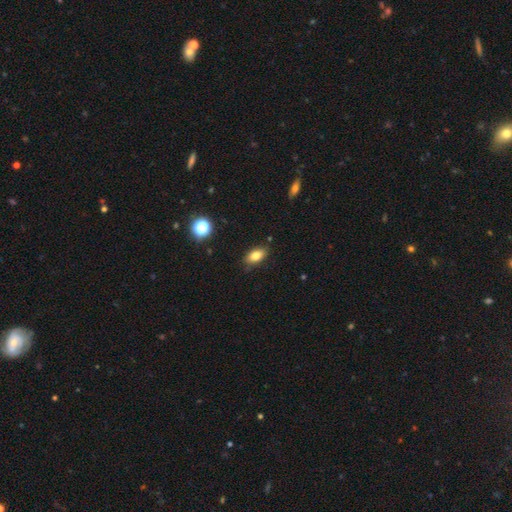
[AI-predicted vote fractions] This is clearly a smooth galaxy (81%). How rounded: clearly in between (88%). Merging: clearly none (84%).